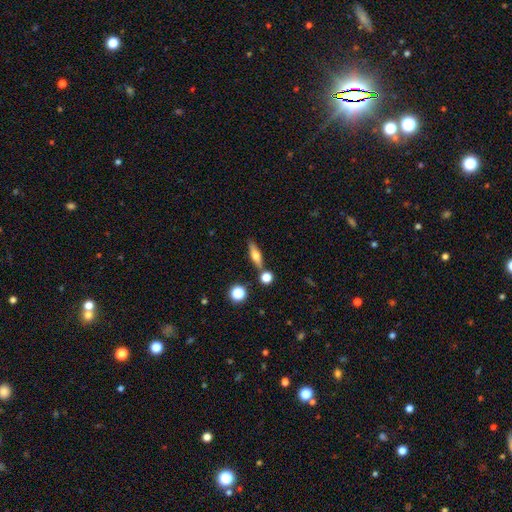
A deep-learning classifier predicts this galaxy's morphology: Smooth or featured: smooth — 52% (featured or disk — 39%)
How rounded: cigar-shaped — 54% (in between — 40%)
Merging: none — 75% (merger — 11%)